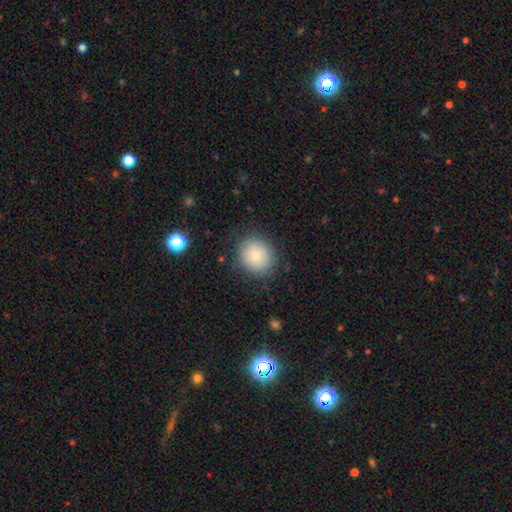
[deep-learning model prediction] smooth_or_featured: smooth (p=0.80) [alt: featured or disk p=0.11]
how_rounded: round (p=0.89) [alt: in between p=0.11]
merging: none (p=0.83) [alt: minor disturbance p=0.11]